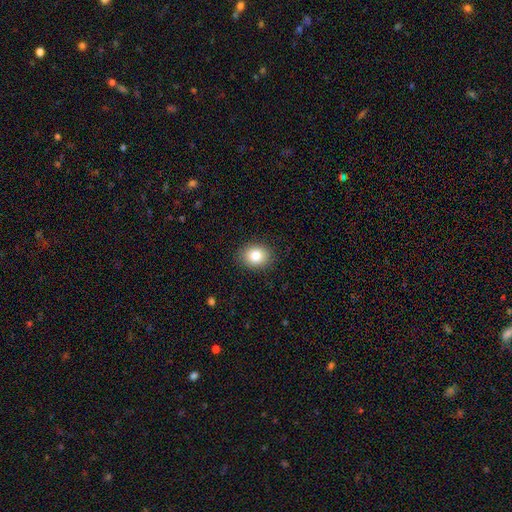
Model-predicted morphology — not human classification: Smooth or featured? smooth (83%)
How rounded? in between (50%)
Merging? none (88%)